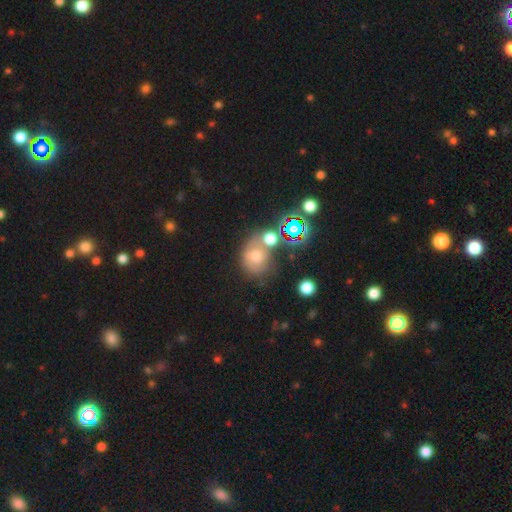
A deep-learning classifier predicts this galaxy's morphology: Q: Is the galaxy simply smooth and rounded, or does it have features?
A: smooth — 54%.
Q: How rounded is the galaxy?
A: round — 61%.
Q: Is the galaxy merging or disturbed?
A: none — 41%.